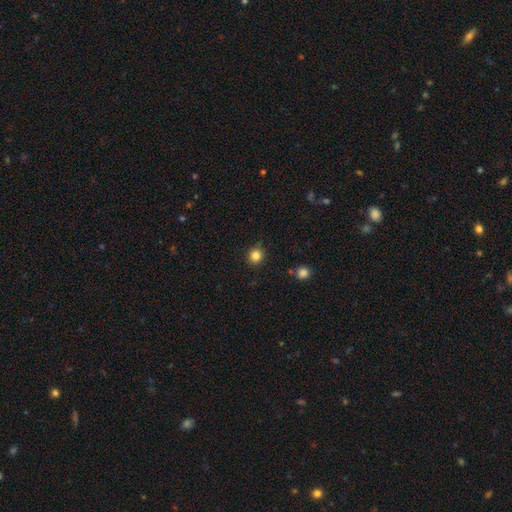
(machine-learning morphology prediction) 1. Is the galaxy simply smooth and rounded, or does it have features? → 83% smooth, 12% star or artifact, 5% featured or disk.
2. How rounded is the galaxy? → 91% round, 9% in between, 1% cigar-shaped.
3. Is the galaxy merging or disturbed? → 88% none, 8% minor disturbance, 2% major disturbance, 2% merger.